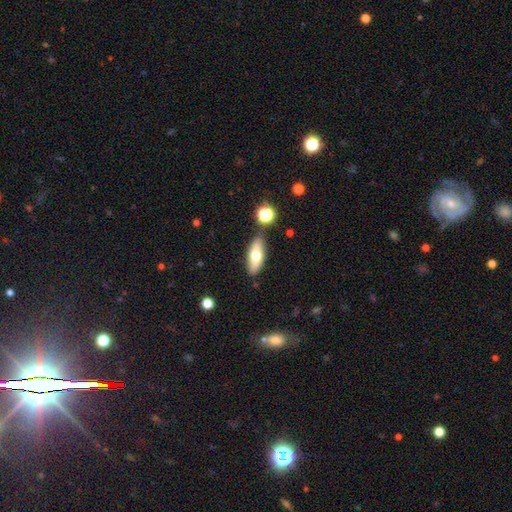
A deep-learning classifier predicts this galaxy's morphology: This is likely a smooth galaxy (64%). How rounded: likely in between (73%). Merging: clearly none (82%).